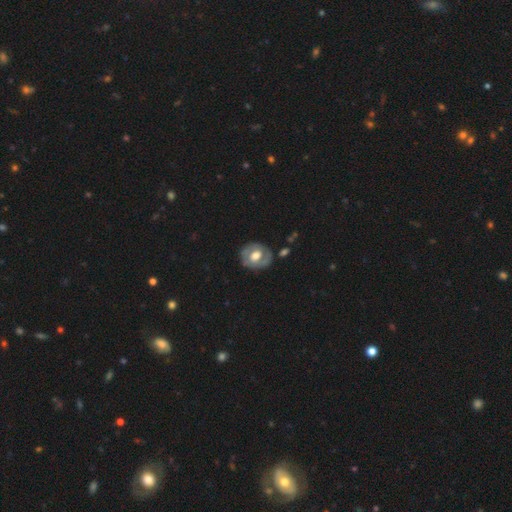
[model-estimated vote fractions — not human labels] Smooth or featured: featured or disk — 56% (smooth — 38%)
Edge-on disk: no — 95% (yes — 5%)
Bar: no — 61% (weak — 30%)
Spiral arms: no — 61% (yes — 39%)
Bulge size: moderate — 57% (large — 36%)
Merging: none — 76% (minor disturbance — 17%)